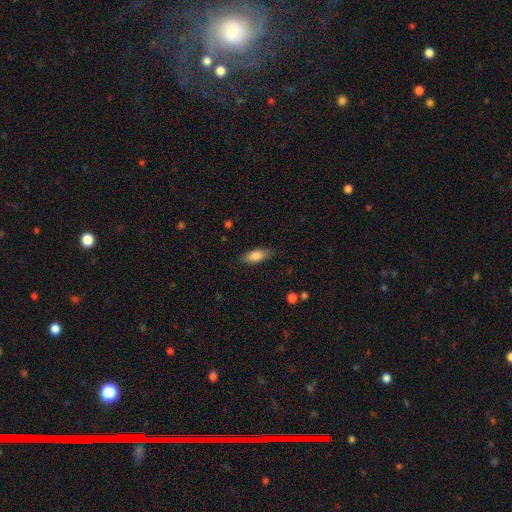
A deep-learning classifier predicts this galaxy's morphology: A smooth galaxy with no disk features (83%) that is in between round and cigar-shaped (81%). Merging: none (81%).